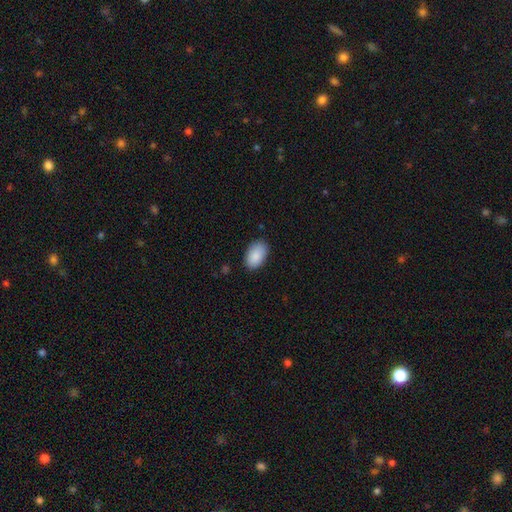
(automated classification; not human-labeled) Q: Smooth or featured?
A: smooth (90%); runner-up: star or artifact (6%)
Q: How rounded?
A: in between (93%); runner-up: round (5%)
Q: Merging?
A: none (84%); runner-up: minor disturbance (12%)